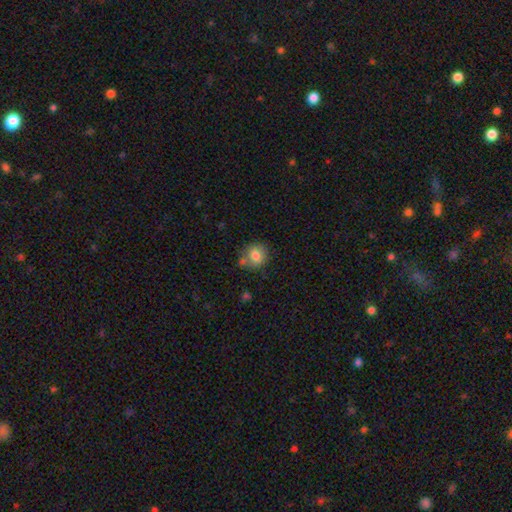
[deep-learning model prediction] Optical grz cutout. It shows a smooth galaxy with no disk features (78%) that is round (82%). Merging: none (68%).